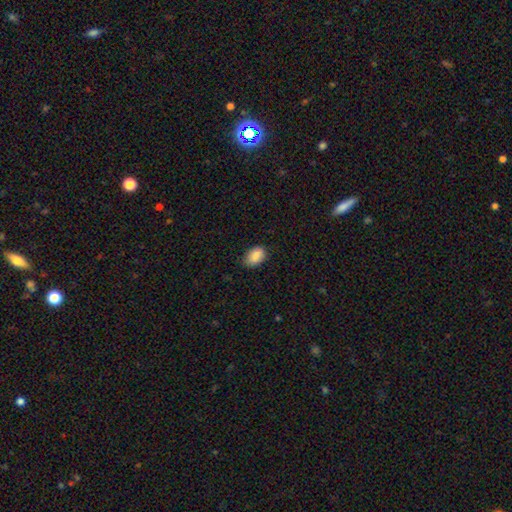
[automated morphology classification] Smooth or featured?
  - smooth: 89% *
  - star or artifact: 7%
  - featured or disk: 4%
How rounded?
  - in between: 88% *
  - round: 11%
  - cigar-shaped: 1%
Merging?
  - none: 79% *
  - minor disturbance: 17%
  - major disturbance: 3%
  - merger: 1%